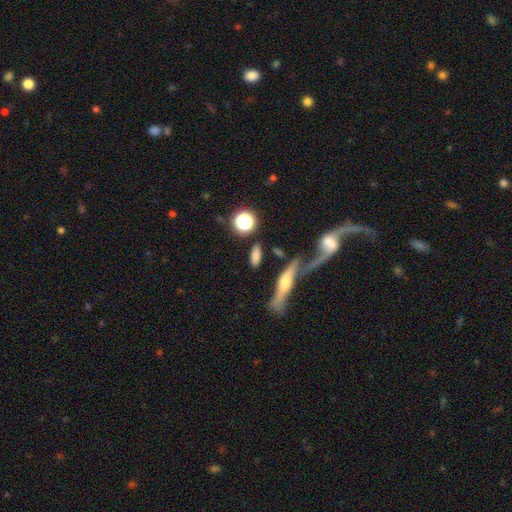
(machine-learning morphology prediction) Smooth or featured? Predicted: smooth (p=0.68). How rounded? Predicted: in between (p=0.58). Merging? Predicted: none (p=0.72).